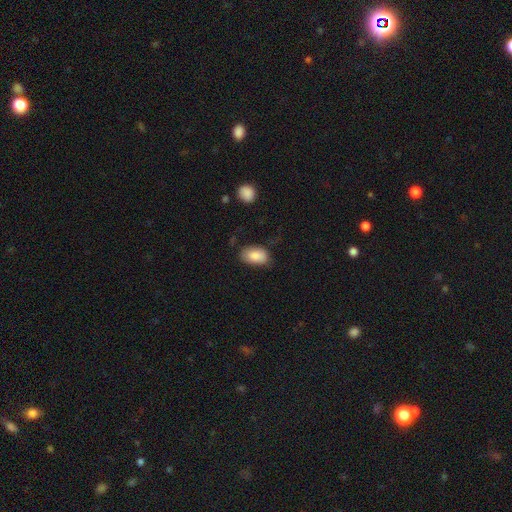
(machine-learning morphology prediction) A smooth galaxy with no disk features (87%) that is in between round and cigar-shaped (92%). Merging: none (73%).